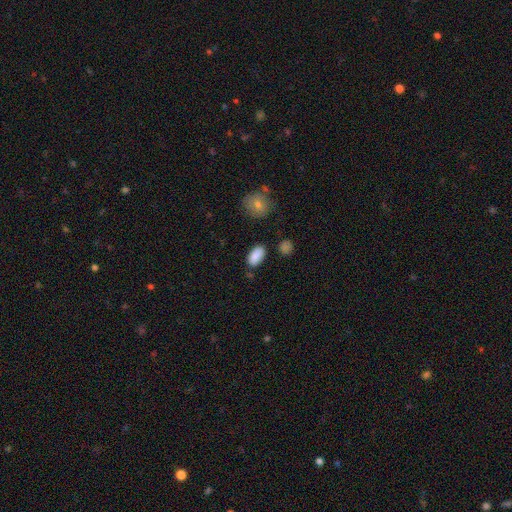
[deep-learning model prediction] smooth 87%, star or artifact 8%, featured or disk 5%. Down the decision tree: how rounded — in between (93%); merging — none (79%).